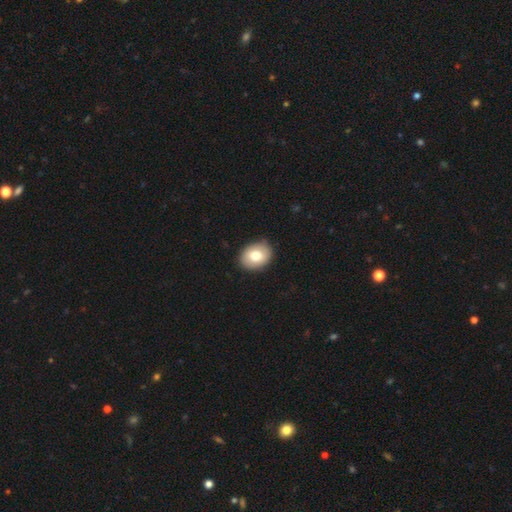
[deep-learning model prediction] Q: Smooth or featured?
A: smooth (77%); runner-up: featured or disk (16%)
Q: How rounded?
A: in between (61%); runner-up: round (38%)
Q: Merging?
A: none (87%); runner-up: minor disturbance (10%)